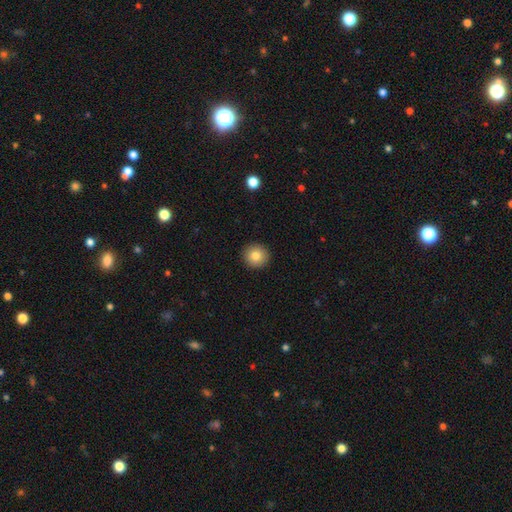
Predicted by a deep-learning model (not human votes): Smooth or featured? smooth (83%)
How rounded? round (94%)
Merging? none (93%)